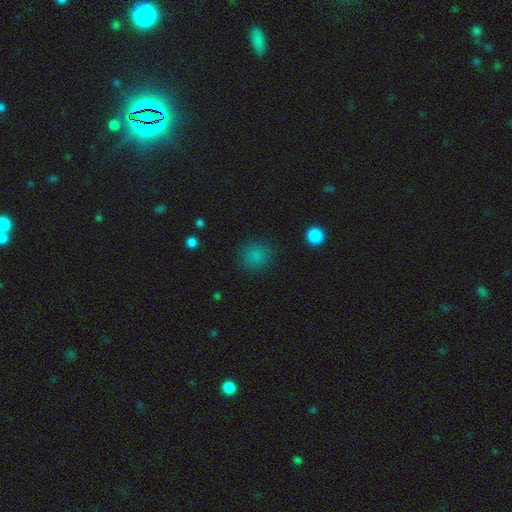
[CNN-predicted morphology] Smooth or featured: smooth — 81% (star or artifact — 14%)
How rounded: round — 91% (in between — 8%)
Merging: none — 86% (minor disturbance — 9%)